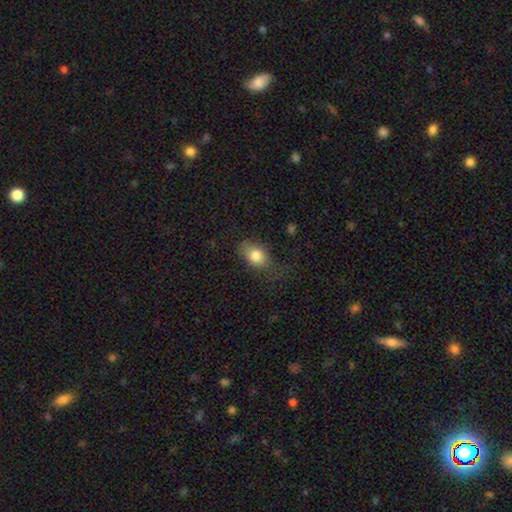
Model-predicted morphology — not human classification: Smooth or featured?
  - smooth: 80% *
  - featured or disk: 11%
  - star or artifact: 9%
How rounded?
  - in between: 76% *
  - round: 22%
  - cigar-shaped: 2%
Merging?
  - none: 59% *
  - minor disturbance: 27%
  - major disturbance: 13%
  - merger: 2%